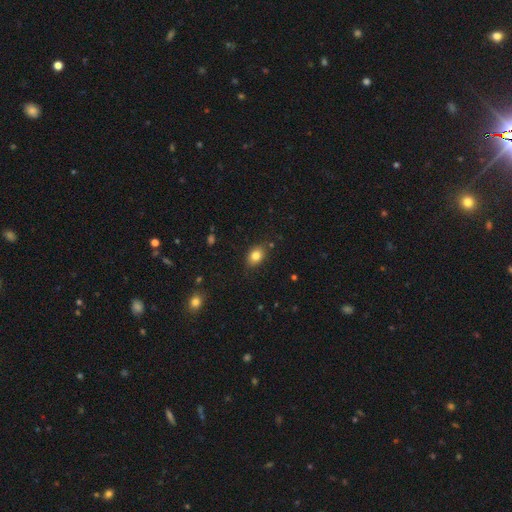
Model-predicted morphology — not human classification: Q: Smooth or featured?
A: smooth (82%); runner-up: star or artifact (10%)
Q: How rounded?
A: in between (74%); runner-up: round (25%)
Q: Merging?
A: none (82%); runner-up: minor disturbance (14%)